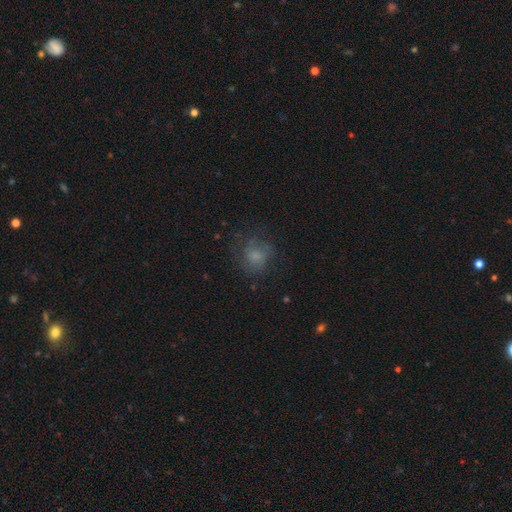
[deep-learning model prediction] Overall: smooth (58%; featured or disk 28%). How rounded: round (76%). Merging: none (63%).